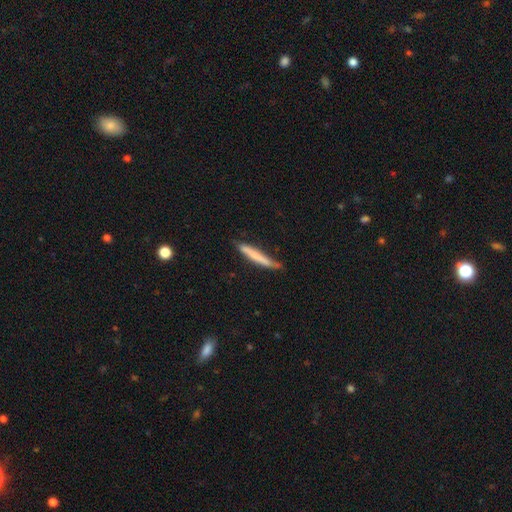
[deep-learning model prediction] This appears to be a smooth galaxy with no disk features (66%) that is cigar-shaped (95%). Merging: none (67%).